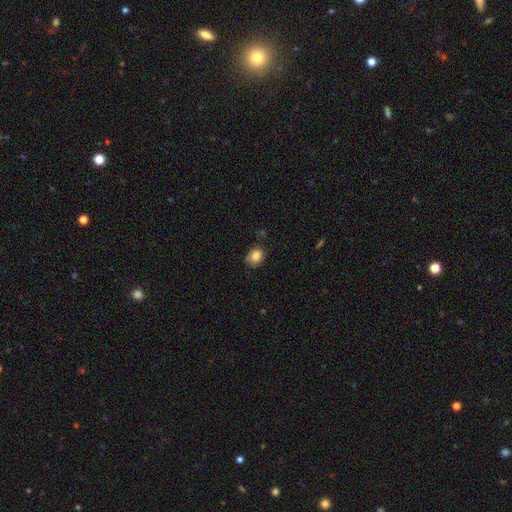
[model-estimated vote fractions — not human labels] Smooth or featured?
  - smooth: 83% *
  - star or artifact: 10%
  - featured or disk: 7%
How rounded?
  - round: 56% *
  - in between: 43%
  - cigar-shaped: 1%
Merging?
  - none: 64% *
  - minor disturbance: 27%
  - major disturbance: 6%
  - merger: 3%